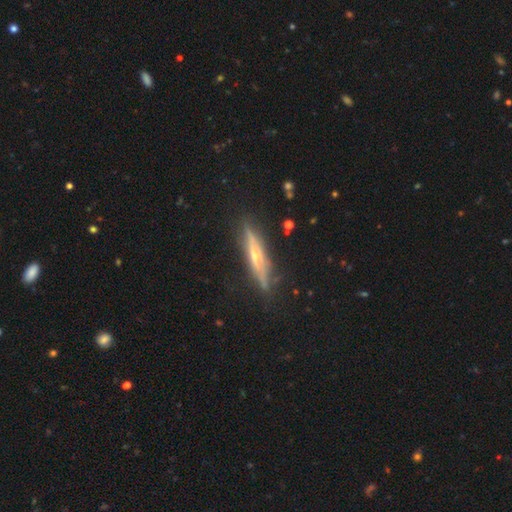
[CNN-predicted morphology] smooth_or_featured: featured or disk (p=0.72) [alt: smooth p=0.21]
disk_edge_on: yes (p=0.93) [alt: no p=0.07]
edge_on_bulge: rounded (p=0.80) [alt: none p=0.16]
merging: none (p=0.83) [alt: minor disturbance p=0.13]